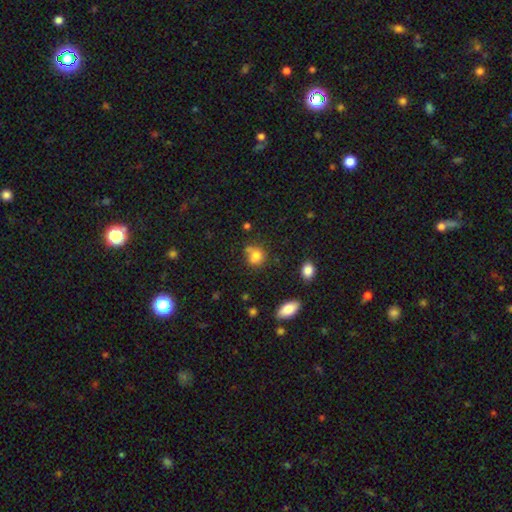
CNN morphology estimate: Smooth or featured?
  - smooth: 79% *
  - star or artifact: 12%
  - featured or disk: 9%
How rounded?
  - round: 73% *
  - in between: 26%
  - cigar-shaped: 1%
Merging?
  - none: 57% *
  - merger: 20%
  - minor disturbance: 17%
  - major disturbance: 5%